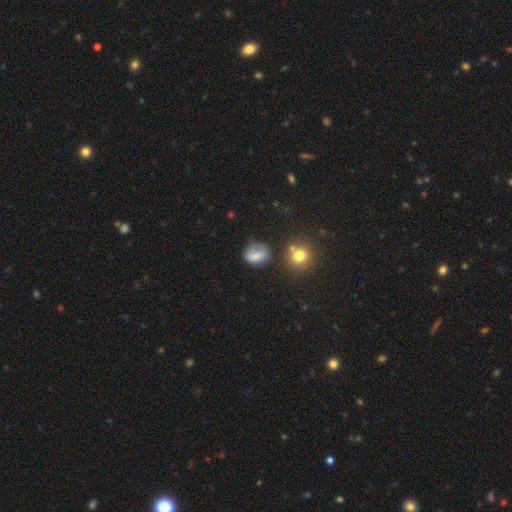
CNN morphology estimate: Overall: smooth (69%). How rounded: round (56%; in between 43%). Merging: none (58%; minor disturbance 26%).